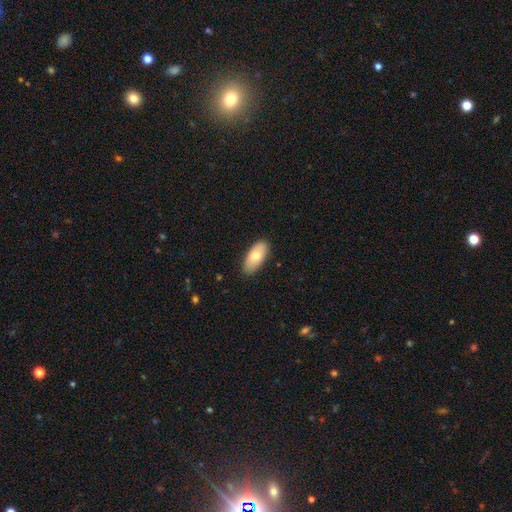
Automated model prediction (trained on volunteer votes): A smooth galaxy with no disk features (74%) that is in between round and cigar-shaped (89%).

Vote fractions:
- Smooth or featured? smooth: 74% / featured or disk: 20% / star or artifact: 6%
- How rounded? in between: 89% / cigar-shaped: 9% / round: 2%
- Merging? none: 86% / minor disturbance: 11% / major disturbance: 2% / merger: 1%